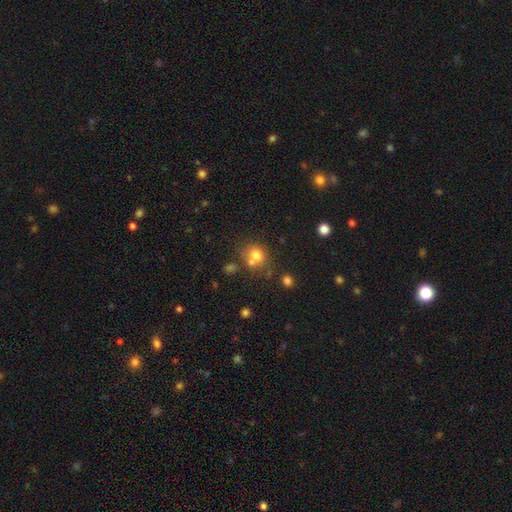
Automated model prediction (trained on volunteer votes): Q: Smooth or featured?
A: smooth (74%); runner-up: star or artifact (14%)
Q: How rounded?
A: round (76%); runner-up: in between (23%)
Q: Merging?
A: none (51%); runner-up: merger (33%)